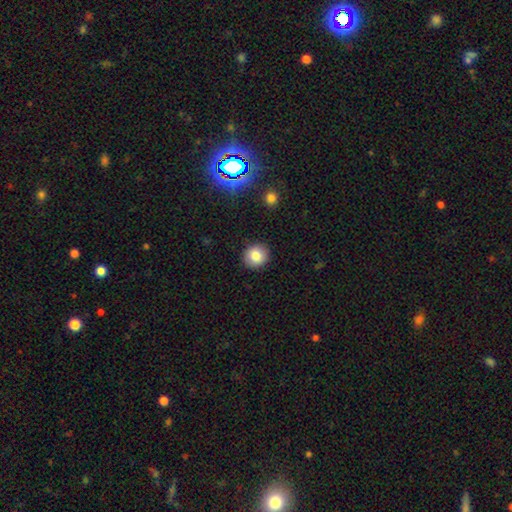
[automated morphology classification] A smooth galaxy with no disk features (82%) that is round (84%). Merging: none (90%).